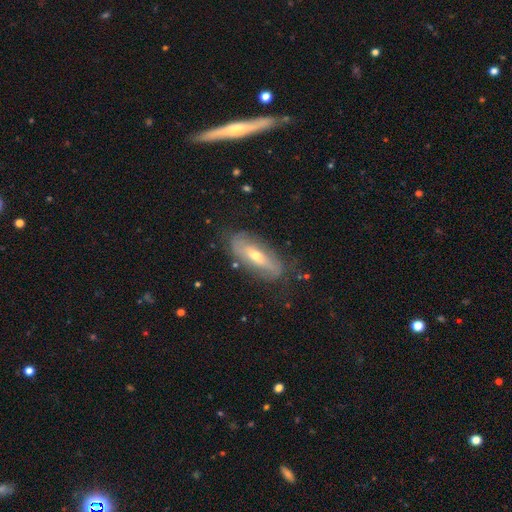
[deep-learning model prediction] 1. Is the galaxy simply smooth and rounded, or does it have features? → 58% featured or disk, 35% smooth, 7% star or artifact.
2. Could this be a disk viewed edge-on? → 63% no, 37% yes.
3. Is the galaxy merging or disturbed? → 74% none, 18% minor disturbance, 6% major disturbance, 2% merger.